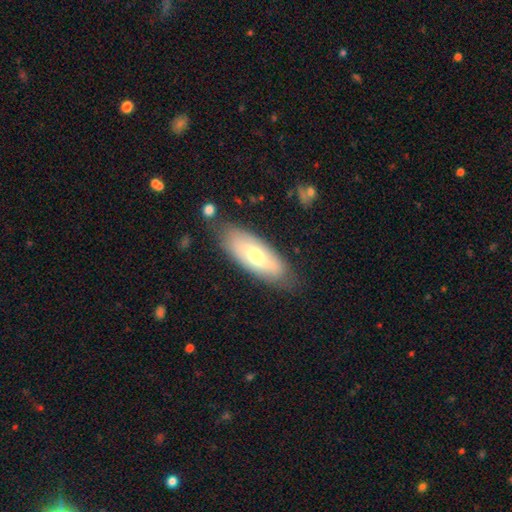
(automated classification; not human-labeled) smooth_or_featured: smooth (p=0.52) [alt: featured or disk p=0.42]
how_rounded: in between (p=0.75) [alt: cigar-shaped p=0.23]
merging: none (p=0.78) [alt: minor disturbance p=0.16]